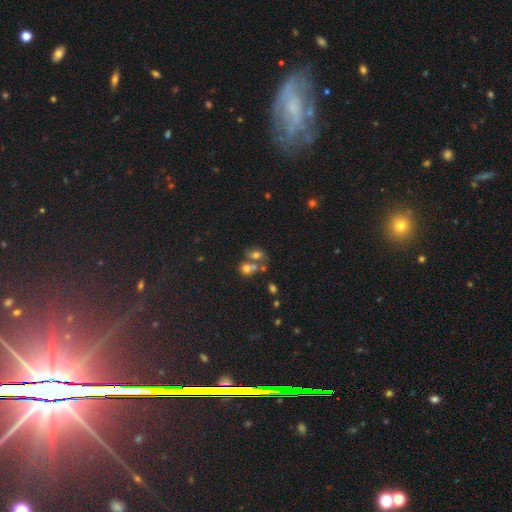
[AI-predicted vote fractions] Smooth or featured? Predicted: smooth (p=0.53). How rounded? Predicted: in between (p=0.54). Merging? Predicted: merger (p=0.51).